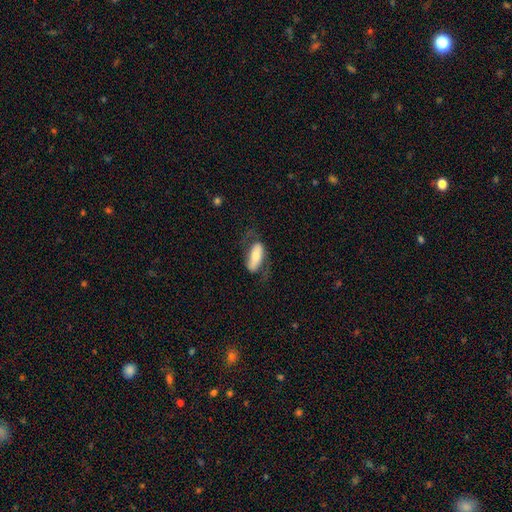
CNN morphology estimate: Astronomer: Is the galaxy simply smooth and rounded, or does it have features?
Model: smooth — 50% (runner-up: featured or disk, 44%).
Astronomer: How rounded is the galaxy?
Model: in between — 79%.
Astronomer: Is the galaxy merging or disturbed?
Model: none — 60%.